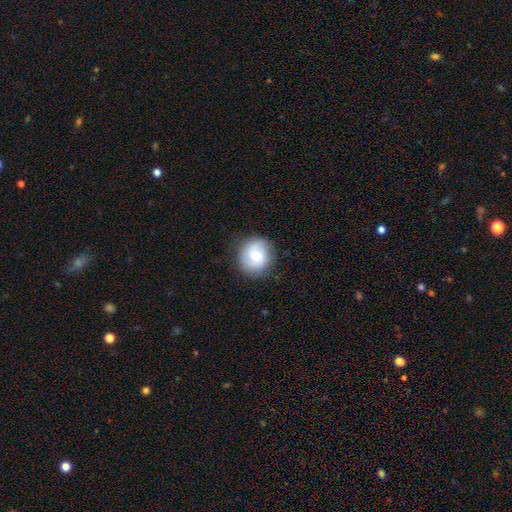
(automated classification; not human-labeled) Smooth or featured: smooth — 48% (featured or disk — 45%)
Merging: none — 84% (minor disturbance — 11%)